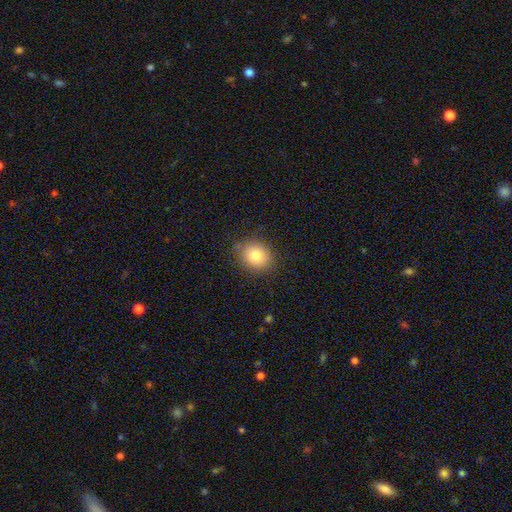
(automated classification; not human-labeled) A smooth galaxy with no disk features (82%) that is round (60%).

Vote fractions:
- Smooth or featured? smooth: 82% / star or artifact: 9% / featured or disk: 9%
- How rounded? round: 60% / in between: 39% / cigar-shaped: 1%
- Merging? none: 81% / minor disturbance: 14% / major disturbance: 3% / merger: 1%